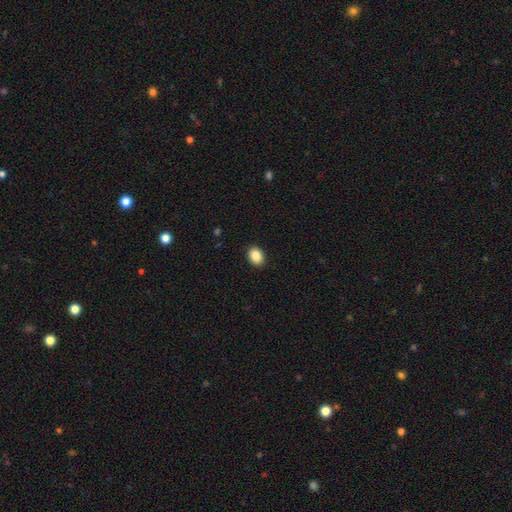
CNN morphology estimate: smooth_or_featured: smooth (p=0.89) [alt: star or artifact p=0.08]
how_rounded: in between (p=0.66) [alt: round p=0.34]
merging: none (p=0.90) [alt: minor disturbance p=0.07]